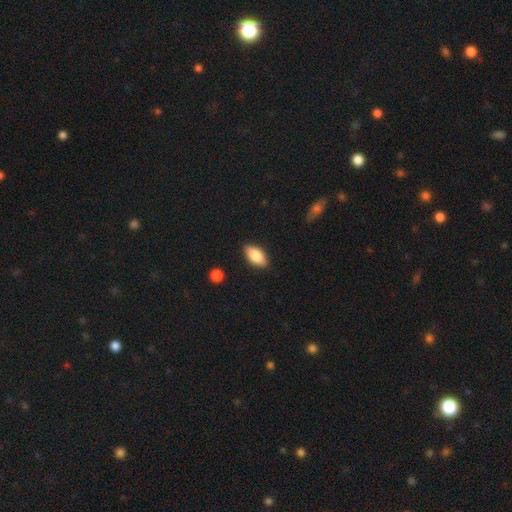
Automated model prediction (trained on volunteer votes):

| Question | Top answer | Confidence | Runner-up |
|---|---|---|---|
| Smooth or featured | smooth | 83% | featured or disk (10%) |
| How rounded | in between | 90% | cigar-shaped (7%) |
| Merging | none | 87% | minor disturbance (9%) |